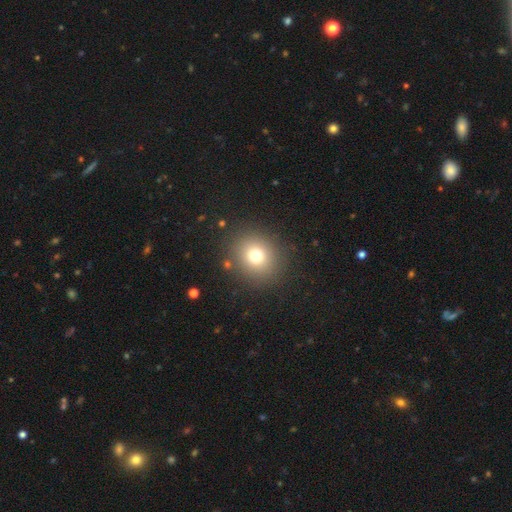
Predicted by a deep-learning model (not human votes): This appears to be a smooth galaxy with no disk features (73%) that is round (81%). Merging: none (87%).